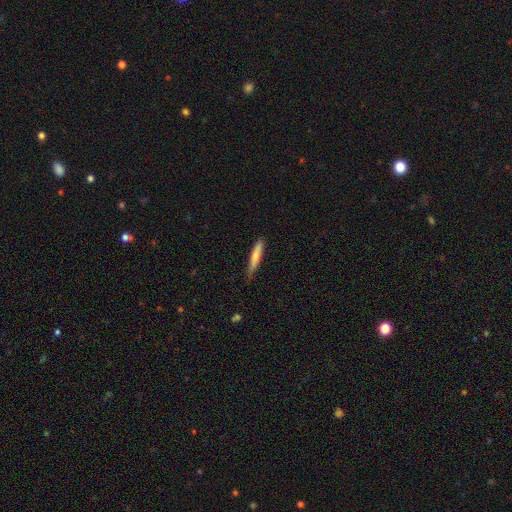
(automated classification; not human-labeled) smooth 67%, featured or disk 28%, star or artifact 6%. Down the decision tree: how rounded — cigar-shaped (91%); merging — none (79%).